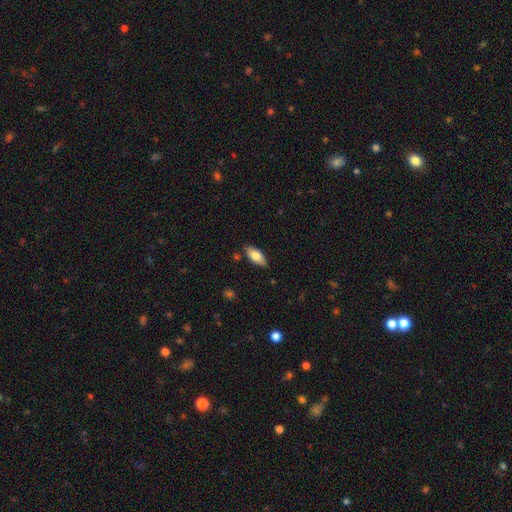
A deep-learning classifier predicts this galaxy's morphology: Smooth or featured? Predicted: smooth (p=0.77). How rounded? Predicted: in between (p=0.87). Merging? Predicted: none (p=0.82).